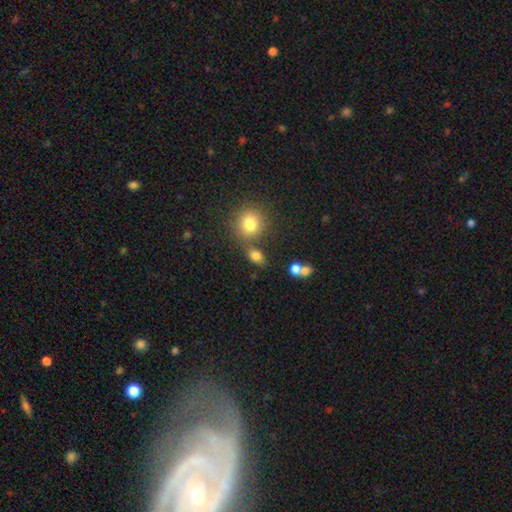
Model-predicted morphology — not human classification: Overall: smooth (80%). How rounded: in between (68%; round 29%). Merging: none (64%).